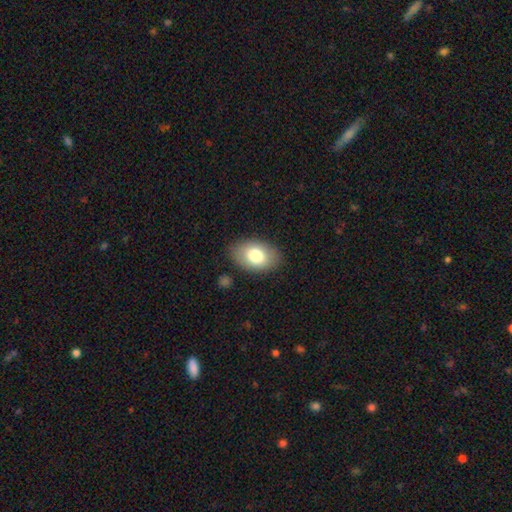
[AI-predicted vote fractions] This is likely a smooth galaxy (79%). How rounded: clearly in between (89%). Merging: clearly none (84%).